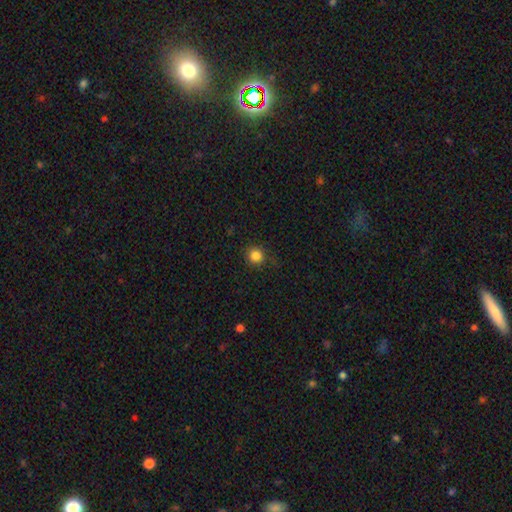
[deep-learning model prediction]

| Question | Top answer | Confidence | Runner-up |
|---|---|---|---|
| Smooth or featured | smooth | 84% | star or artifact (12%) |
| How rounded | round | 93% | in between (6%) |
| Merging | none | 87% | minor disturbance (9%) |